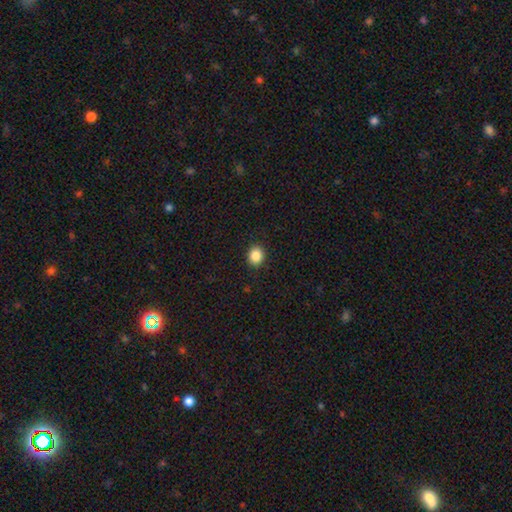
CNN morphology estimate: Smooth or featured? Predicted: smooth (p=0.87). How rounded? Predicted: round (p=0.73). Merging? Predicted: none (p=0.91).